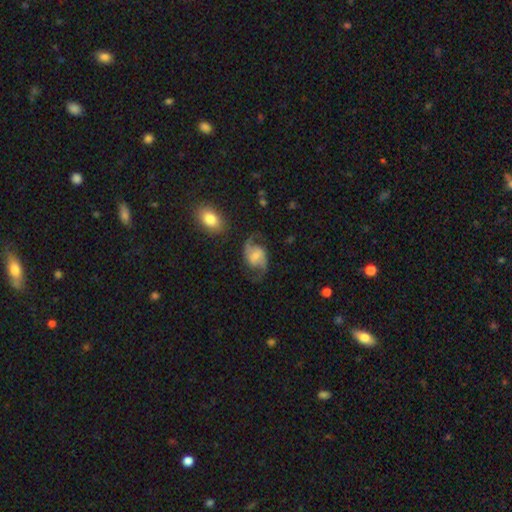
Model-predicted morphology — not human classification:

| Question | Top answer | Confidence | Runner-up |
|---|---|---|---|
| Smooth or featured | featured or disk | 79% | smooth (14%) |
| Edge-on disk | no | 98% | yes (2%) |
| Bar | weak | 48% | no (32%) |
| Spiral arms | yes | 95% | no (5%) |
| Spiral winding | loose | 52% | medium (40%) |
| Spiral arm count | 2 | 93% | can't tell (2%) |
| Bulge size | small | 37% | moderate (30%) |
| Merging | none | 69% | minor disturbance (17%) |